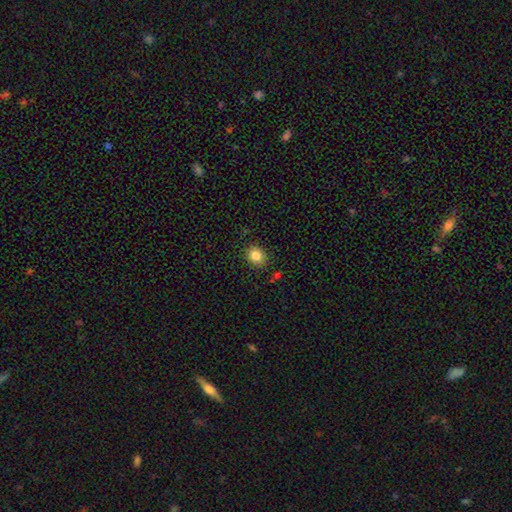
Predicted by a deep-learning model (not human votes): Smooth or featured? Predicted: smooth (p=0.84). How rounded? Predicted: round (p=0.63). Merging? Predicted: none (p=0.86).